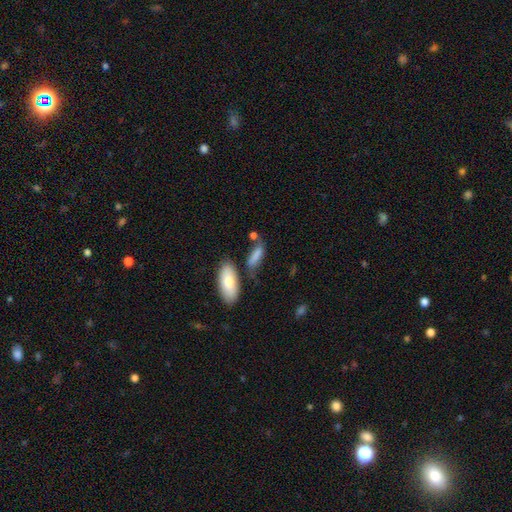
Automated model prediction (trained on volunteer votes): Smooth or featured: smooth — 78% (featured or disk — 14%)
How rounded: in between — 60% (cigar-shaped — 36%)
Merging: none — 50% (minor disturbance — 21%)